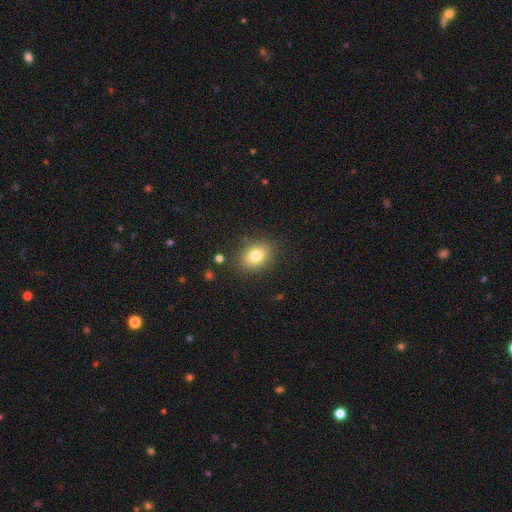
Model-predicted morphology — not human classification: Smooth or featured? smooth (80%)
How rounded? in between (68%)
Merging? none (85%)